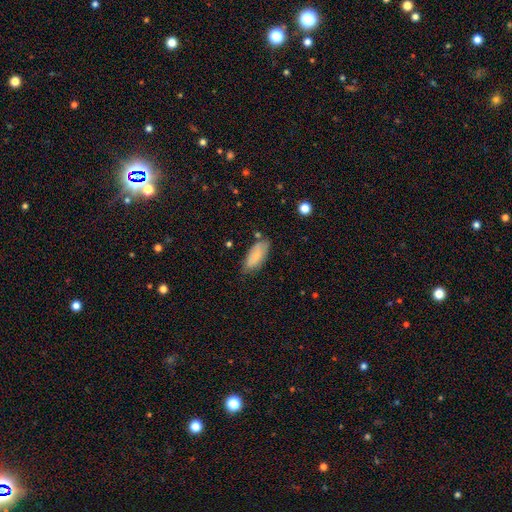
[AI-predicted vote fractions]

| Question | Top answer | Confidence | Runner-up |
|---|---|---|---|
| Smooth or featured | smooth | 78% | featured or disk (15%) |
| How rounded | in between | 83% | cigar-shaped (15%) |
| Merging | none | 69% | minor disturbance (23%) |